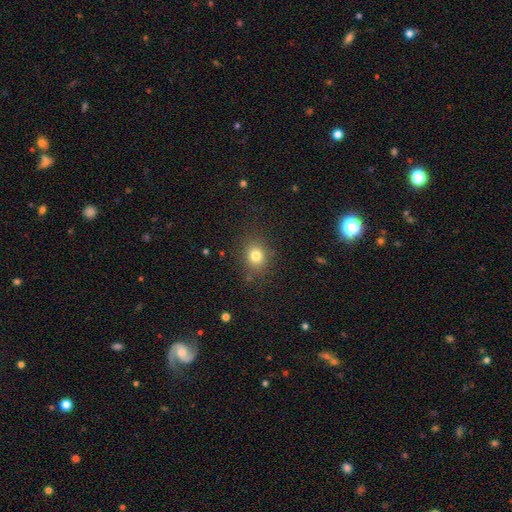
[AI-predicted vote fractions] smooth-or-featured: smooth: 79% | star or artifact: 14% | featured or disk: 8%
  how-rounded: round: 68% | in between: 31% | cigar-shaped: 1%
  merging: none: 83% | minor disturbance: 11% | major disturbance: 4% | merger: 2%